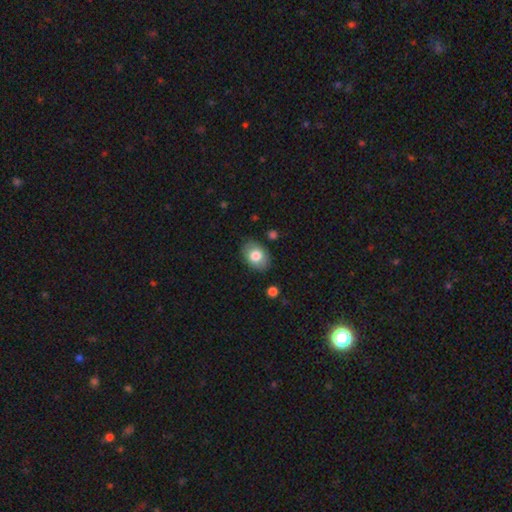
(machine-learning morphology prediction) This appears to be a smooth galaxy with no disk features (79%) that is in between round and cigar-shaped (76%). Merging: none (85%).